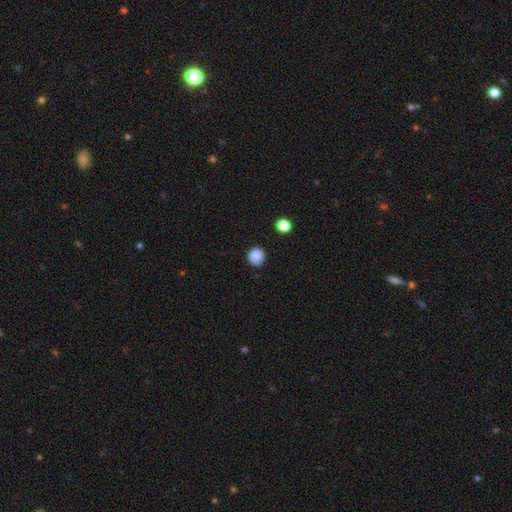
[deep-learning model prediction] Smooth or featured?
  - smooth: 87% *
  - star or artifact: 10%
  - featured or disk: 3%
How rounded?
  - round: 89% *
  - in between: 10%
  - cigar-shaped: 1%
Merging?
  - none: 87% *
  - minor disturbance: 9%
  - major disturbance: 2%
  - merger: 1%